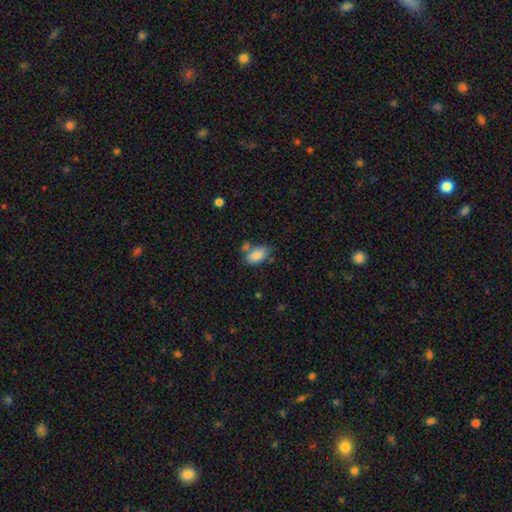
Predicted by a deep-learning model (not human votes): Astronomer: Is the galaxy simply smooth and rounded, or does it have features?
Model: smooth — 84%.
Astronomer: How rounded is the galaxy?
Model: in between — 91%.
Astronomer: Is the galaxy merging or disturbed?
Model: none — 52%.